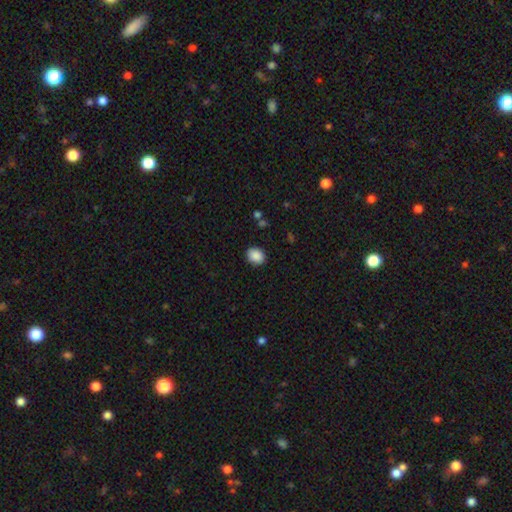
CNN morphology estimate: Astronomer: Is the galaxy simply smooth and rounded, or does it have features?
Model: smooth — 89%.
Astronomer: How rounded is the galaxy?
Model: round — 55% (runner-up: in between, 44%).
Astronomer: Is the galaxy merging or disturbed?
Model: none — 89%.